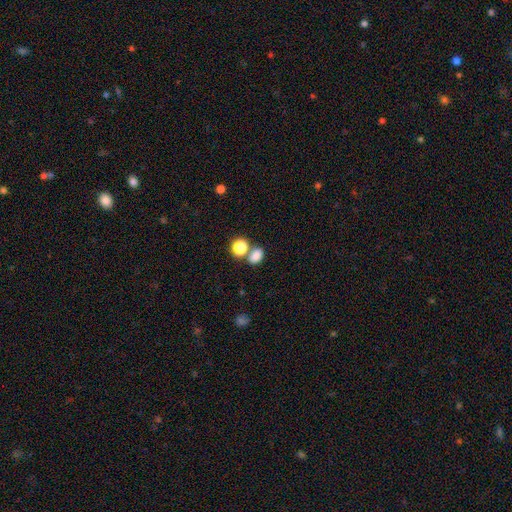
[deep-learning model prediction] smooth_or_featured: smooth (p=0.81) [alt: star or artifact p=0.13]
how_rounded: in between (p=0.71) [alt: round p=0.28]
merging: none (p=0.55) [alt: merger p=0.30]